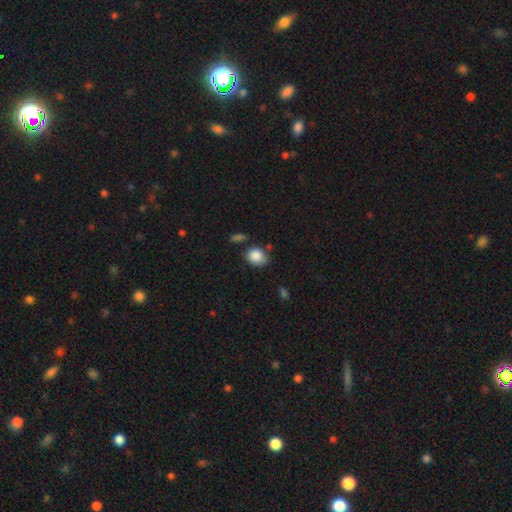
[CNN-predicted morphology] smooth_or_featured: smooth (p=0.87) [alt: star or artifact p=0.08]
how_rounded: round (p=0.51) [alt: in between p=0.48]
merging: none (p=0.66) [alt: minor disturbance p=0.21]